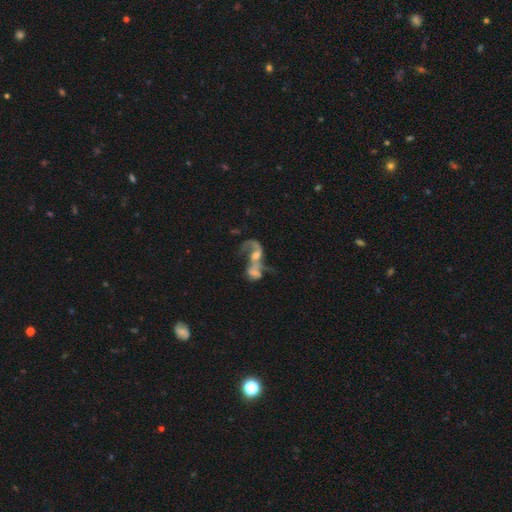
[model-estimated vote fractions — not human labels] This is likely a featured or disk galaxy (74%). It is clearly not viewed edge-on (96%). Bar: possibly no (57%). Spiral arm pattern: likely yes (77%). Spiral arm count: possibly 2 (55%). Spiral winding: likely loose (76%). Central bulge: marginally moderate (45%). Merging: likely merger (70%).